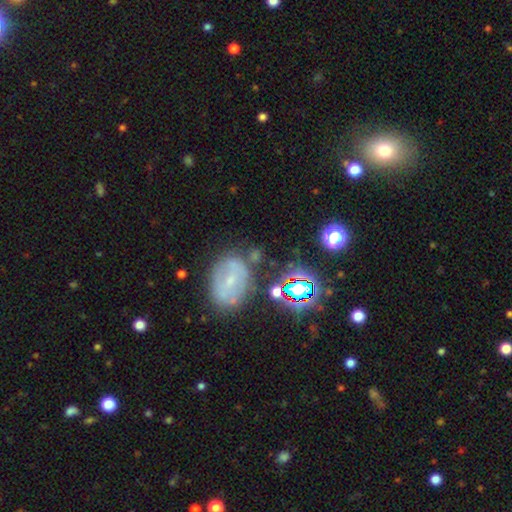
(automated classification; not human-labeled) Smooth or featured?
  - smooth: 43% *
  - featured or disk: 35%
  - star or artifact: 21%
Merging?
  - none: 63% *
  - minor disturbance: 20%
  - major disturbance: 9%
  - merger: 8%